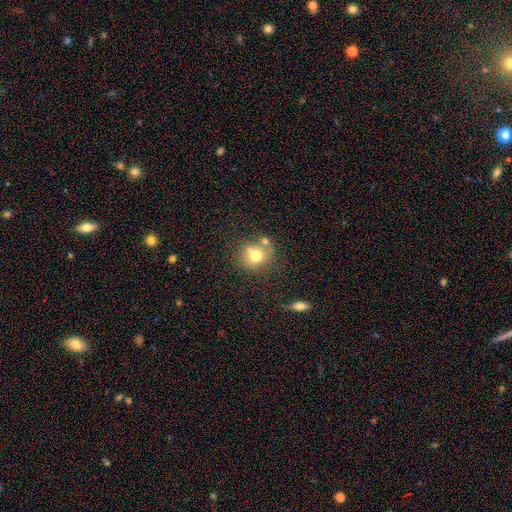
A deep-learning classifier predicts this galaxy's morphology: A smooth galaxy with no disk features (70%) that is round (80%).

Vote fractions:
- Smooth or featured? smooth: 70% / featured or disk: 18% / star or artifact: 12%
- How rounded? round: 80% / in between: 19% / cigar-shaped: 1%
- Merging? none: 52% / merger: 28% / minor disturbance: 14% / major disturbance: 6%